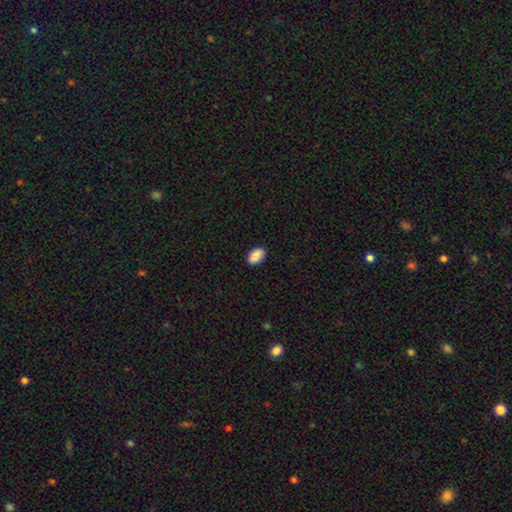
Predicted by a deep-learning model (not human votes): A smooth galaxy with no disk features (90%) that is in between round and cigar-shaped (91%).

Vote fractions:
- Smooth or featured? smooth: 90% / star or artifact: 7% / featured or disk: 3%
- How rounded? in between: 91% / round: 8% / cigar-shaped: 1%
- Merging? none: 89% / minor disturbance: 8% / major disturbance: 2% / merger: 1%